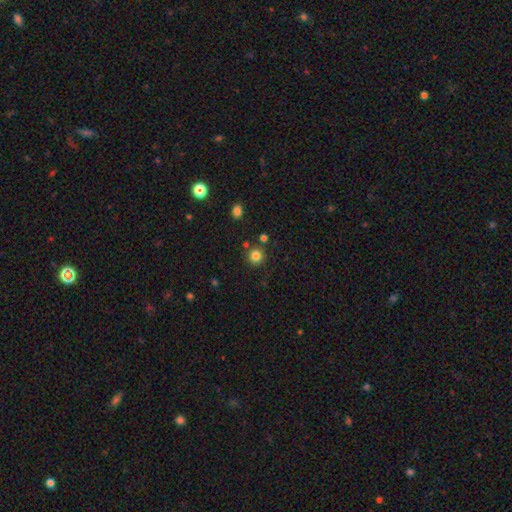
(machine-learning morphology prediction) Smooth or featured? smooth (82%)
How rounded? round (93%)
Merging? none (85%)